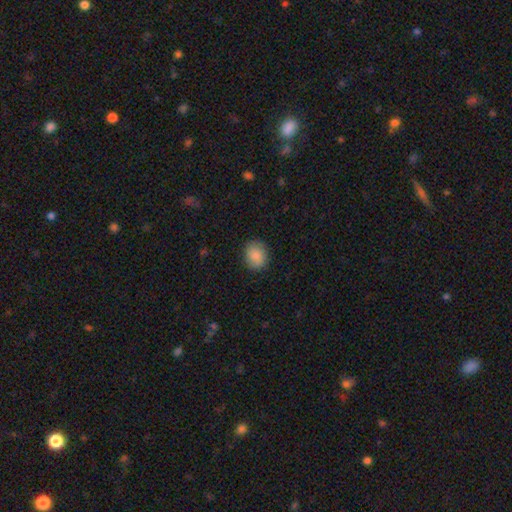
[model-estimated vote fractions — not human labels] smooth_or_featured: smooth (p=0.87) [alt: star or artifact p=0.07]
how_rounded: round (p=0.64) [alt: in between p=0.36]
merging: none (p=0.86) [alt: minor disturbance p=0.10]